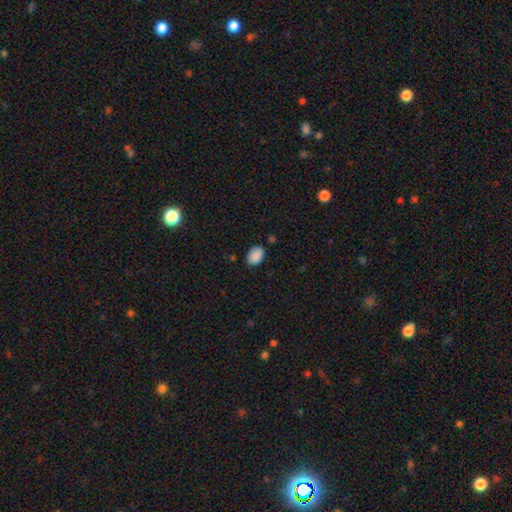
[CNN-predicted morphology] Smooth or featured? Predicted: smooth (p=0.88). How rounded? Predicted: in between (p=0.83). Merging? Predicted: none (p=0.79).